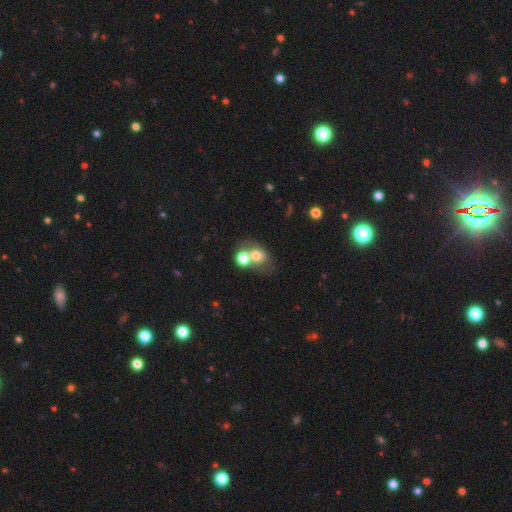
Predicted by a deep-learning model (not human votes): Smooth or featured? smooth (66%)
How rounded? in between (50%)
Merging? merger (50%)